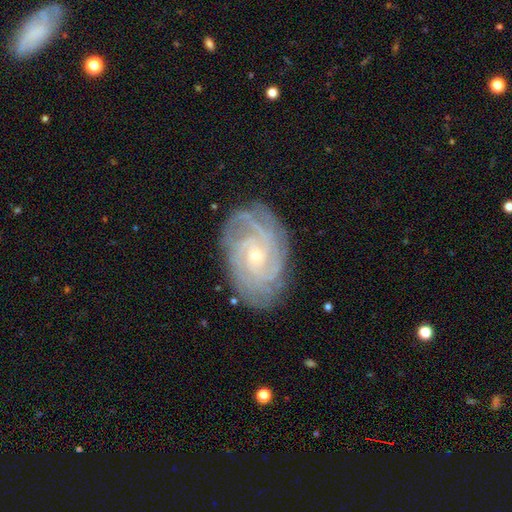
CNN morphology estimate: Smooth or featured: featured or disk — 88% (smooth — 7%)
Edge-on disk: no — 96% (yes — 4%)
Bar: no — 71% (weak — 23%)
Spiral arms: yes — 97% (no — 3%)
Spiral winding: tight — 73% (medium — 22%)
Spiral arm count: can't tell — 26% (4 — 25%)
Bulge size: small — 76% (moderate — 21%)
Merging: none — 80% (minor disturbance — 14%)